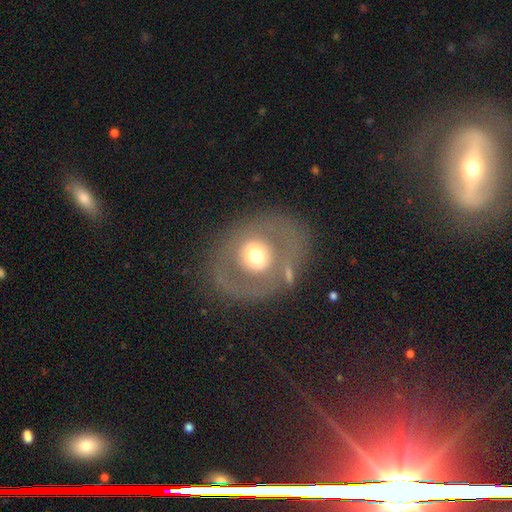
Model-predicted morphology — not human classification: Overall: smooth (46%; featured or disk 45%). Merging: none (71%).